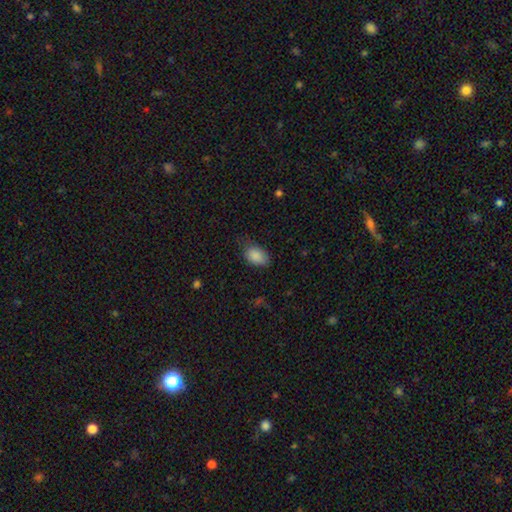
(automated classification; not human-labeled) Smooth or featured?
  - smooth: 87% *
  - star or artifact: 7%
  - featured or disk: 6%
How rounded?
  - in between: 90% *
  - round: 8%
  - cigar-shaped: 1%
Merging?
  - none: 64% *
  - minor disturbance: 28%
  - major disturbance: 7%
  - merger: 1%